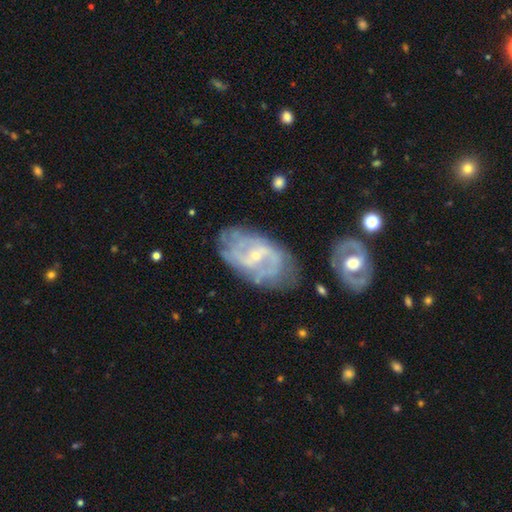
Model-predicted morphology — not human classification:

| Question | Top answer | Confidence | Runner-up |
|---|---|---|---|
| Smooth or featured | featured or disk | 82% | smooth (11%) |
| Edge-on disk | no | 95% | yes (5%) |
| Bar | weak | 44% | no (40%) |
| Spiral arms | yes | 88% | no (12%) |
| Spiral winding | medium | 43% | tight (35%) |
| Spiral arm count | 2 | 49% | can't tell (29%) |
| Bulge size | small | 78% | moderate (19%) |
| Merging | none | 63% | minor disturbance (22%) |